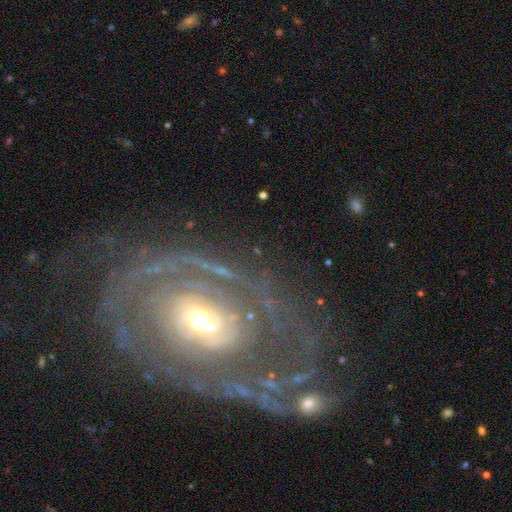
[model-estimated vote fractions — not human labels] featured or disk 83%, smooth 9%, star or artifact 8%. Down the decision tree: edge-on disk — no (95%); bar — no (61%); spiral arms — yes (84%); spiral arm count — can't tell (38%); spiral winding — tight (69%); bulge size — moderate (53%); merging — none (61%).